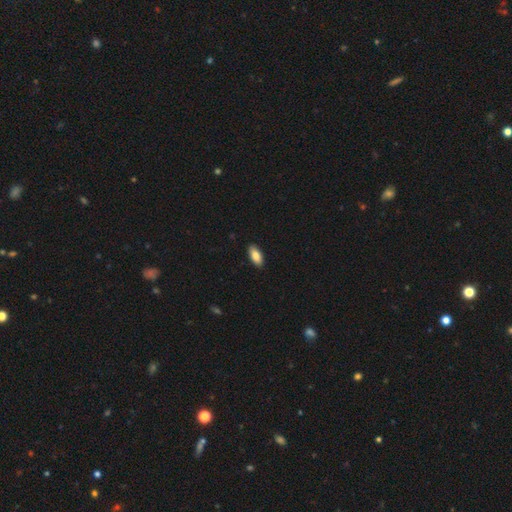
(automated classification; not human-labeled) This appears to be a smooth galaxy with no disk features (84%) that is in between round and cigar-shaped (90%). Merging: none (90%).